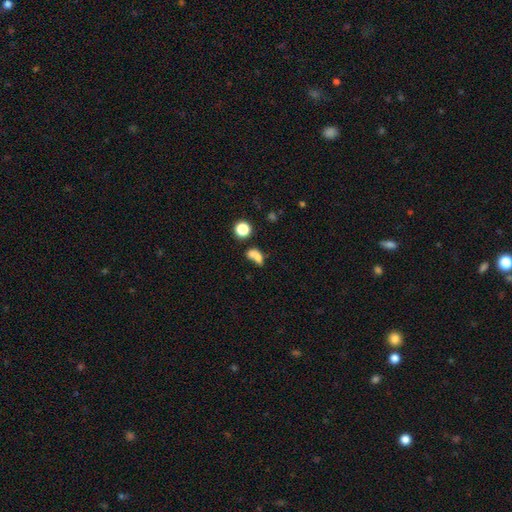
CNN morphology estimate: Smooth or featured? Predicted: smooth (p=0.70). How rounded? Predicted: in between (p=0.59). Merging? Predicted: merger (p=0.56).